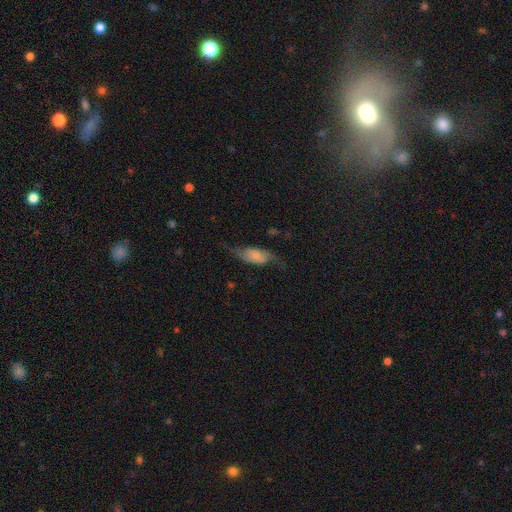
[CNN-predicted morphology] A featured or disk galaxy (59%) with no bar (64%), spiral arms (86%) and a small central bulge (49%).

Vote fractions:
- Smooth or featured? featured or disk: 59% / smooth: 33% / star or artifact: 8%
- Edge-on disk? no: 85% / yes: 15%
- Bar? no: 64% / weak: 27% / strong: 9%
- Spiral arms? yes: 86% / no: 14%
- Bulge size? small: 49% / moderate: 25% / none: 16% / large: 7% / dominant: 4%
- Merging? none: 59% / minor disturbance: 22% / major disturbance: 17% / merger: 2%